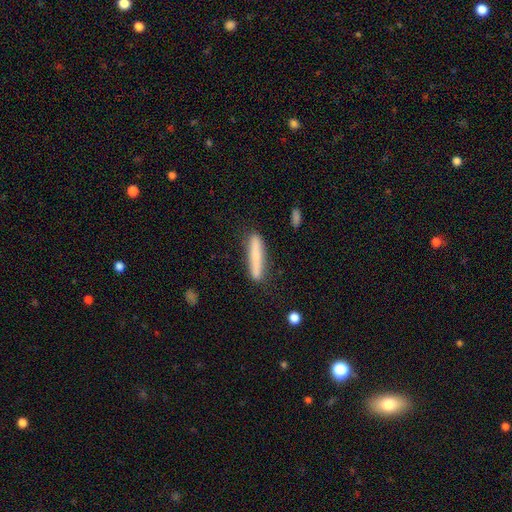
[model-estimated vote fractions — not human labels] Morphology: type=smooth (73%); roundness=cigar-shaped (93%); merging=none (84%).